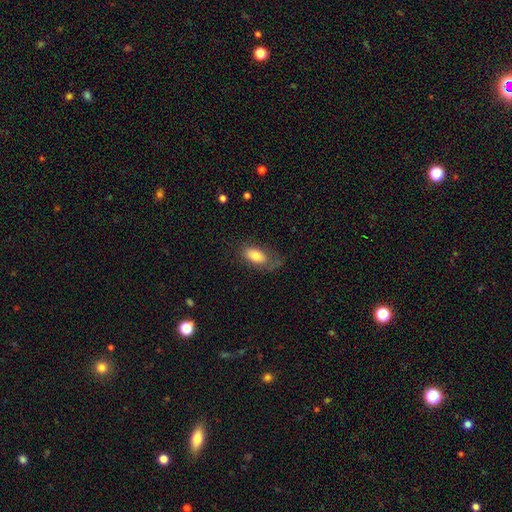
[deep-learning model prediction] smooth_or_featured: smooth (p=0.76) [alt: featured or disk p=0.17]
how_rounded: in between (p=0.90) [alt: cigar-shaped p=0.06]
merging: none (p=0.53) [alt: minor disturbance p=0.26]